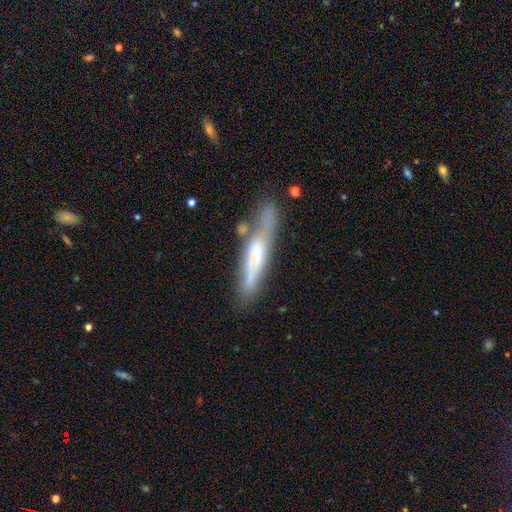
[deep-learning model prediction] Smooth or featured: featured or disk — 54% (smooth — 39%)
Edge-on disk: yes — 79% (no — 21%)
Merging: none — 60% (minor disturbance — 21%)